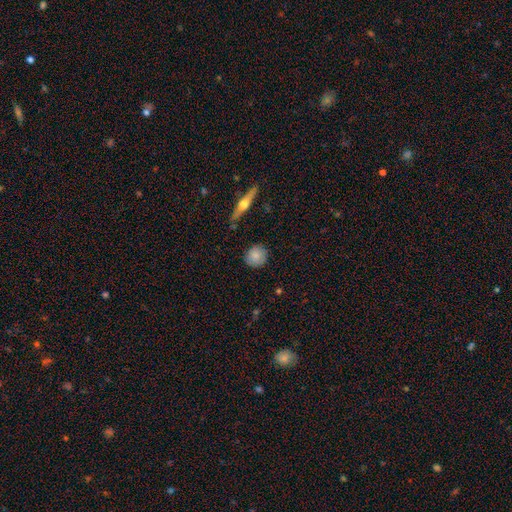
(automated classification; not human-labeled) smooth_or_featured: smooth (p=0.82) [alt: featured or disk p=0.11]
how_rounded: round (p=0.90) [alt: in between p=0.08]
merging: none (p=0.86) [alt: minor disturbance p=0.10]